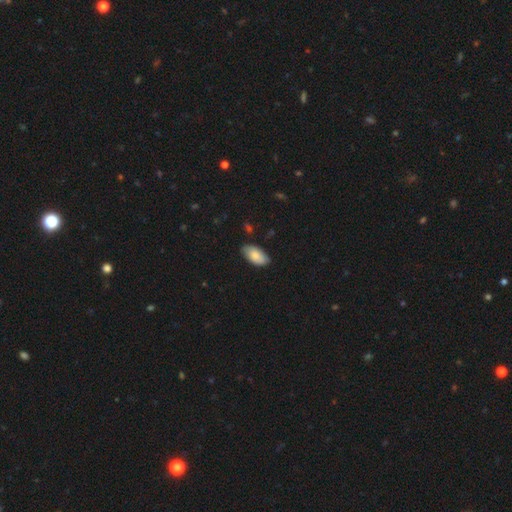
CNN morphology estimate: This appears to be a smooth galaxy with no disk features (79%) that is in between round and cigar-shaped (95%). Merging: none (75%).